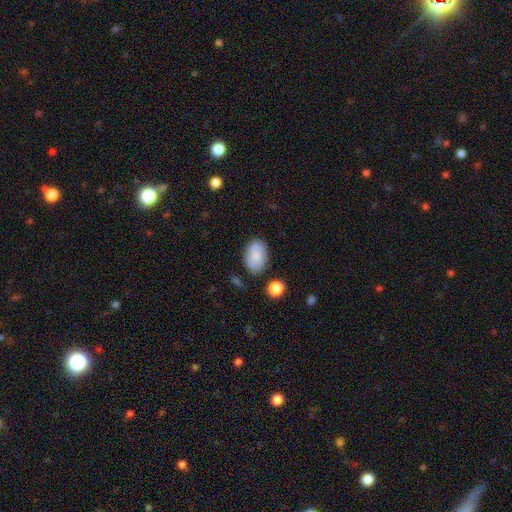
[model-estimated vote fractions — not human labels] This is likely a smooth galaxy (74%). How rounded: clearly in between (88%). Merging: likely none (74%).